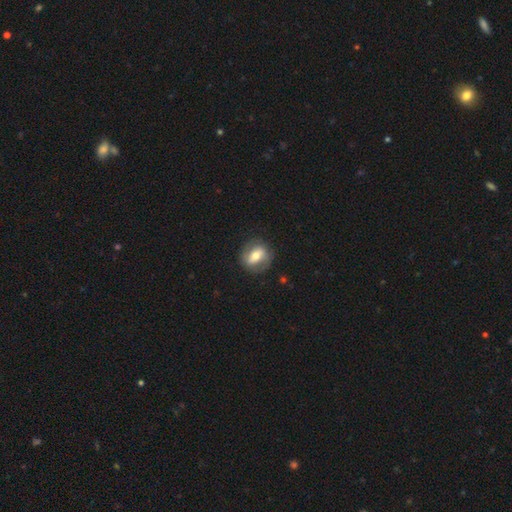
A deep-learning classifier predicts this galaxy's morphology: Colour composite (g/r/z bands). It shows a smooth galaxy with no disk features (52%) that is round (50%). Merging: none (81%).